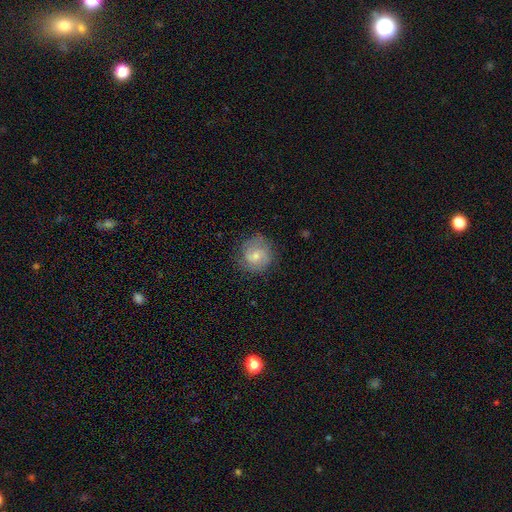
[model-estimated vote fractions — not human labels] Overall: smooth (50%; featured or disk 43%). Merging: none (74%).